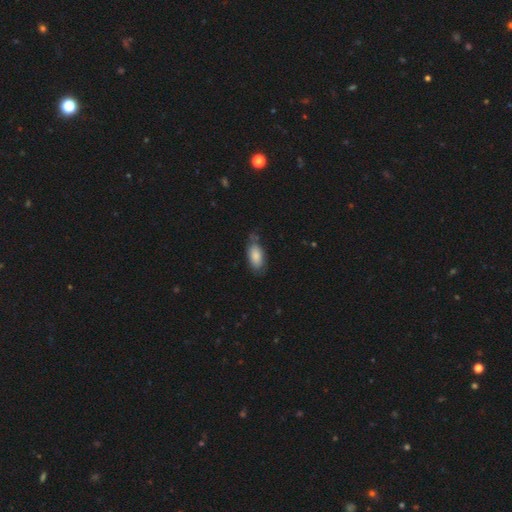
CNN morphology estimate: The model was most divided on "merging": none: 61%, minor disturbance: 29%, major disturbance: 7%, merger: 3%. More confident: how rounded — in between (90%); smooth or featured — smooth (82%).